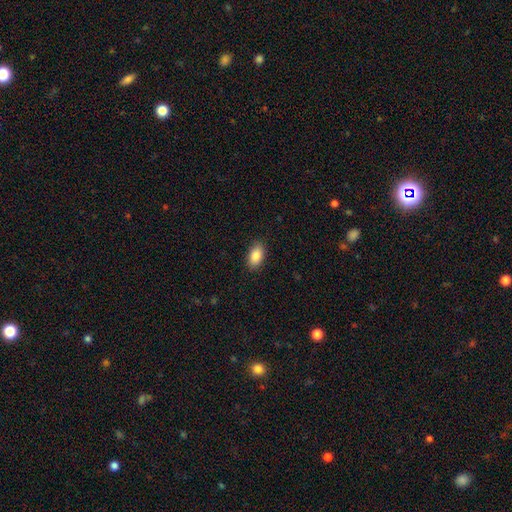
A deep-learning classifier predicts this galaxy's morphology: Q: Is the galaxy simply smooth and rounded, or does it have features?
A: smooth — 87%.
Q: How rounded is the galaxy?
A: in between — 93%.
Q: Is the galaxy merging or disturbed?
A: none — 88%.